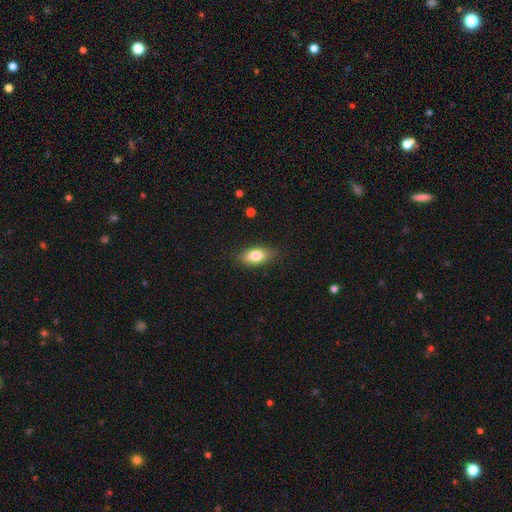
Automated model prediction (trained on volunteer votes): Smooth or featured? Predicted: smooth (p=0.78). How rounded? Predicted: in between (p=0.85). Merging? Predicted: none (p=0.84).